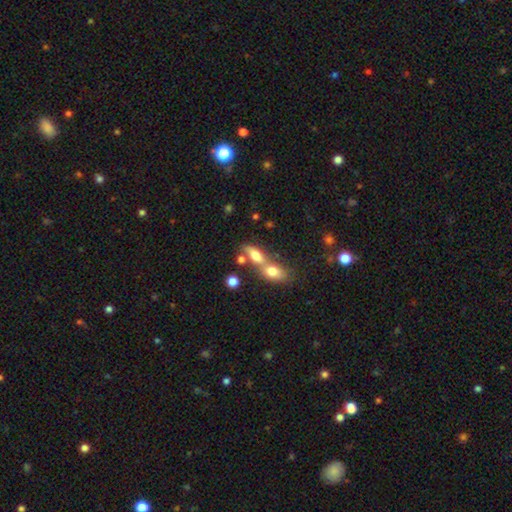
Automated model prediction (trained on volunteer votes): Smooth or featured?
  - smooth: 68% *
  - featured or disk: 22%
  - star or artifact: 10%
How rounded?
  - in between: 72% *
  - cigar-shaped: 19%
  - round: 9%
Merging?
  - merger: 61% *
  - none: 26%
  - minor disturbance: 8%
  - major disturbance: 5%